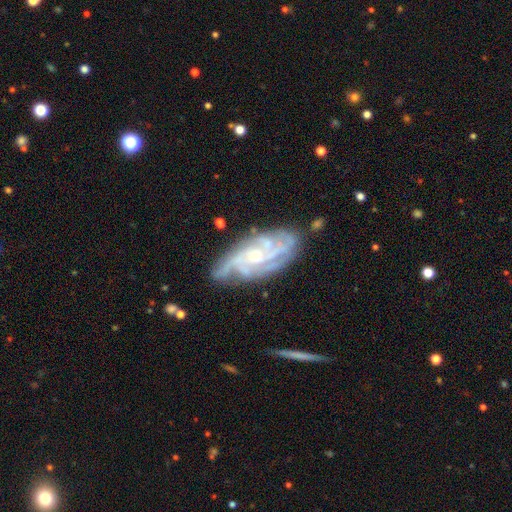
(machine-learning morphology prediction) This appears to be a featured or disk galaxy (87%) with no bar (65%), 4 (35%) tight (60%) spiral arms (97%) and a small central bulge (49%). Merging: none (75%).